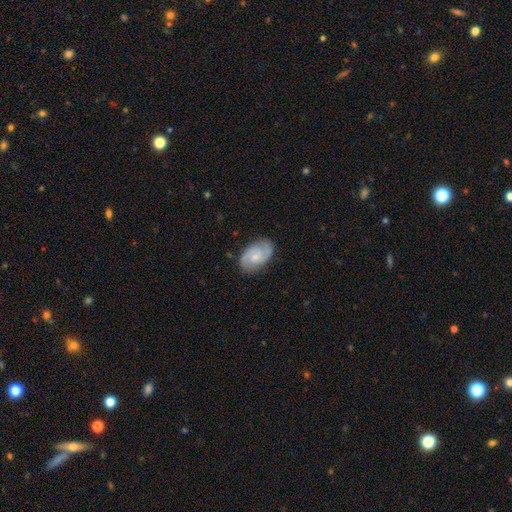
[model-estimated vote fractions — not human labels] Smooth or featured? featured or disk (71%)
Edge-on disk? no (97%)
Bar? no (61%)
Spiral arms? yes (94%)
Spiral winding? medium (48%)
Spiral arm count? 2 (81%)
Bulge size? small (58%)
Merging? none (78%)